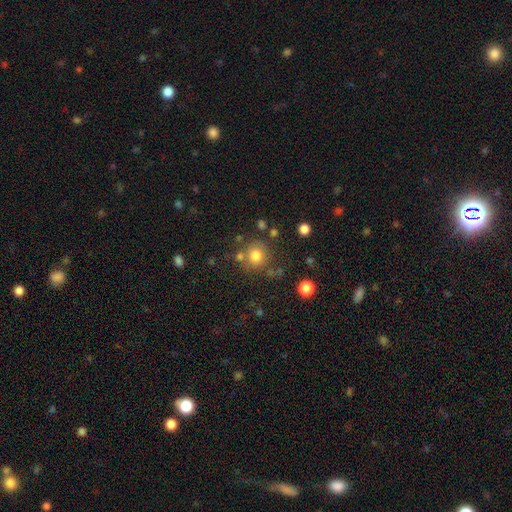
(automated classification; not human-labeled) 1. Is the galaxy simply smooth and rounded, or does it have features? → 77% smooth, 13% star or artifact, 10% featured or disk.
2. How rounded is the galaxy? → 89% round, 10% in between, 1% cigar-shaped.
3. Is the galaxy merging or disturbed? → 73% none, 12% minor disturbance, 11% merger, 5% major disturbance.